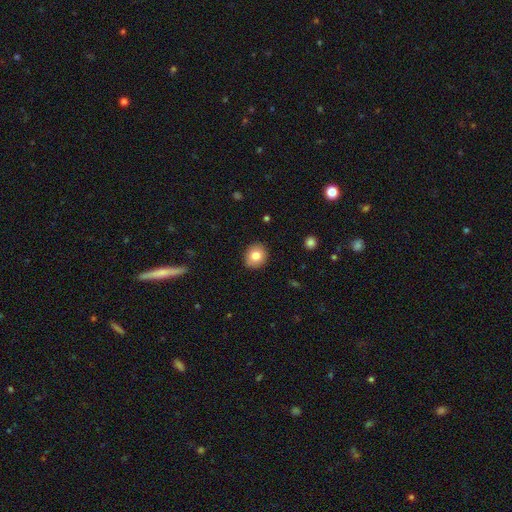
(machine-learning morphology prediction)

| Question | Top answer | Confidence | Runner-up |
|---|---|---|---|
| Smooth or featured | smooth | 81% | featured or disk (10%) |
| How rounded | round | 69% | in between (30%) |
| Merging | none | 89% | minor disturbance (8%) |